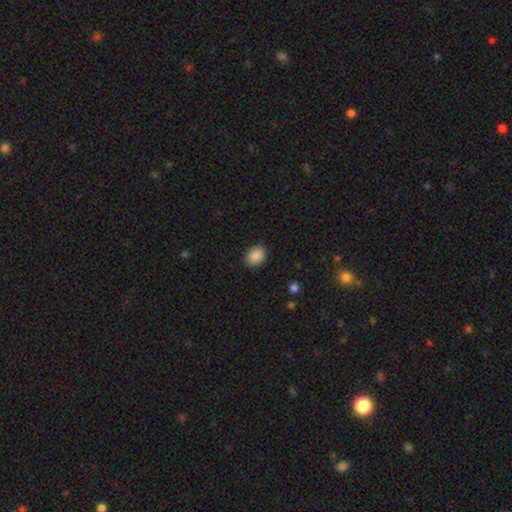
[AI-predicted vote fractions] Q: Smooth or featured?
A: smooth (89%); runner-up: star or artifact (8%)
Q: How rounded?
A: in between (63%); runner-up: round (36%)
Q: Merging?
A: none (88%); runner-up: minor disturbance (9%)